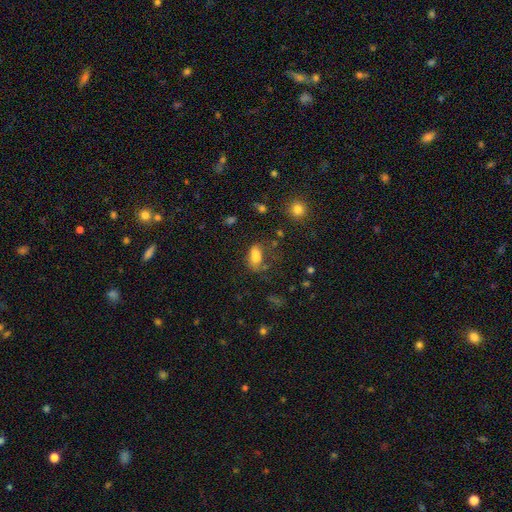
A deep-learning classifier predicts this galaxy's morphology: A smooth galaxy with no disk features (74%) that is in between round and cigar-shaped (86%).

Vote fractions:
- Smooth or featured? smooth: 74% / featured or disk: 13% / star or artifact: 13%
- How rounded? in between: 86% / round: 10% / cigar-shaped: 4%
- Merging? none: 39% / minor disturbance: 24% / major disturbance: 23% / merger: 14%